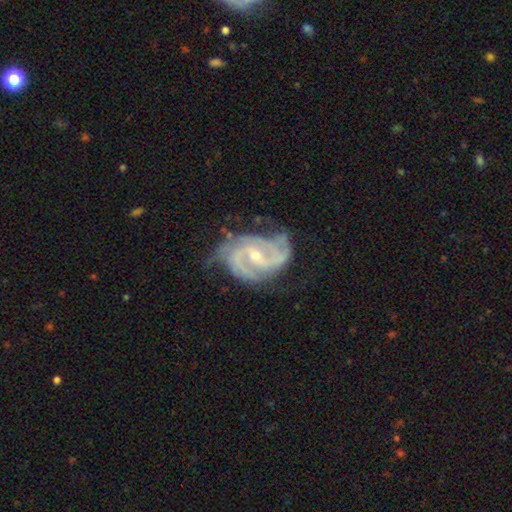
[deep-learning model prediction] This appears to be a featured or disk galaxy (90%) with a weak bar (51%), 2 (53%) medium (49%) spiral arms (97%) and a small central bulge (58%). Merging: none (57%).